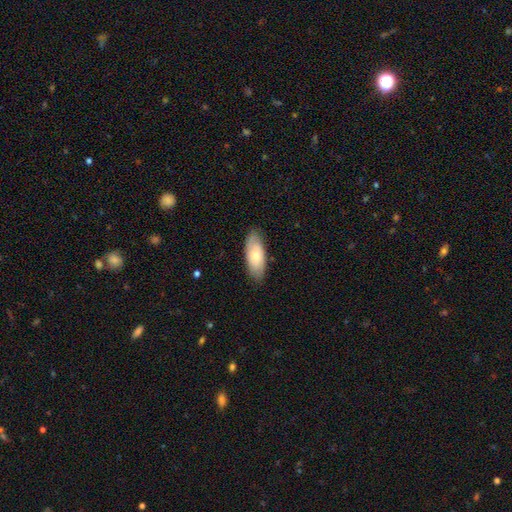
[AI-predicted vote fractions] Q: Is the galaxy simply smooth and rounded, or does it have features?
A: smooth — 60%.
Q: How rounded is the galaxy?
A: in between — 85%.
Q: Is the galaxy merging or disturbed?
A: none — 83%.